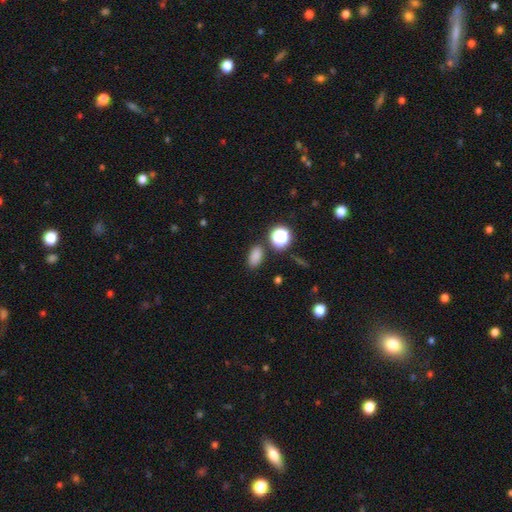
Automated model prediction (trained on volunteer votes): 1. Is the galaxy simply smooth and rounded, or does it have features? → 80% smooth, 15% star or artifact, 5% featured or disk.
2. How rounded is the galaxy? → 84% in between, 13% round, 2% cigar-shaped.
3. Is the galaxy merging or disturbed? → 82% none, 10% minor disturbance, 4% merger, 3% major disturbance.